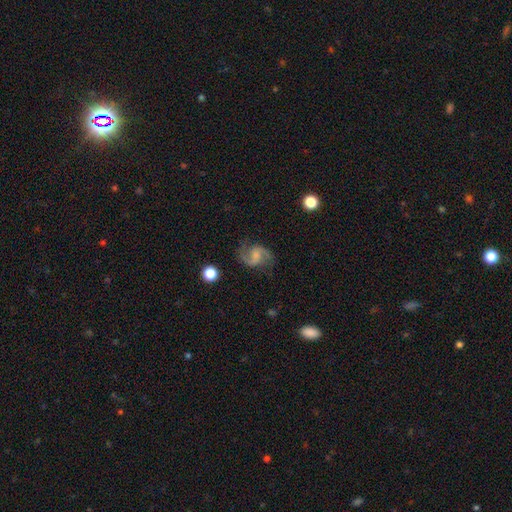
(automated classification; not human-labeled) Overall: featured or disk (84%). Edge-on disk: no (98%). Bar: weak (46%; no 43%). Spiral arms: yes (97%). Spiral arm count: 2 (93%). Spiral winding: medium (50%; loose 39%). Bulge size: none (39%; small 32%). Merging: none (76%).